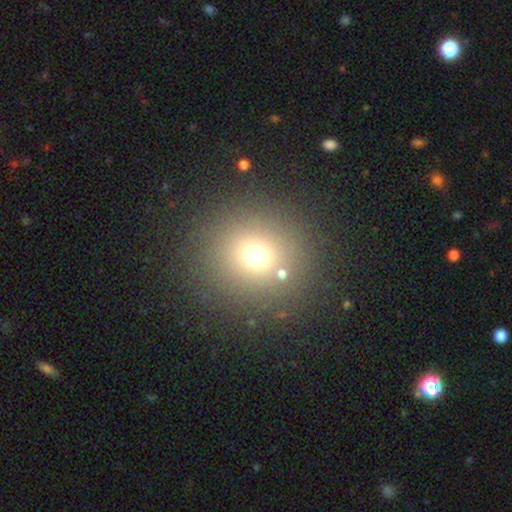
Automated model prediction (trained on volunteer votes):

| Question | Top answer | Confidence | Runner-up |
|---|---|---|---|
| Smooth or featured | smooth | 68% | star or artifact (21%) |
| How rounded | round | 89% | in between (10%) |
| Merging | none | 85% | minor disturbance (7%) |